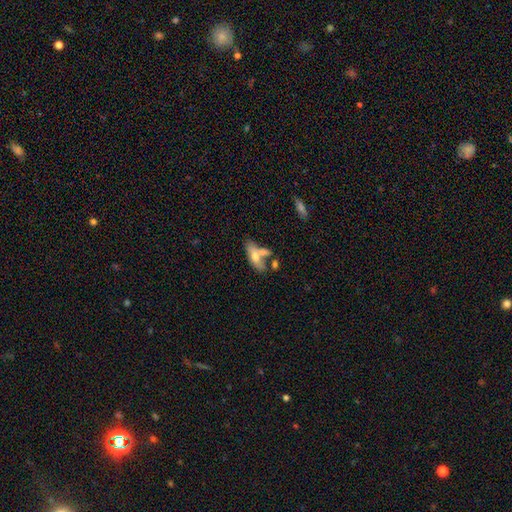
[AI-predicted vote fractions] This is likely a smooth galaxy (62%). How rounded: likely in between (67%). Merging: marginally merger (40%).